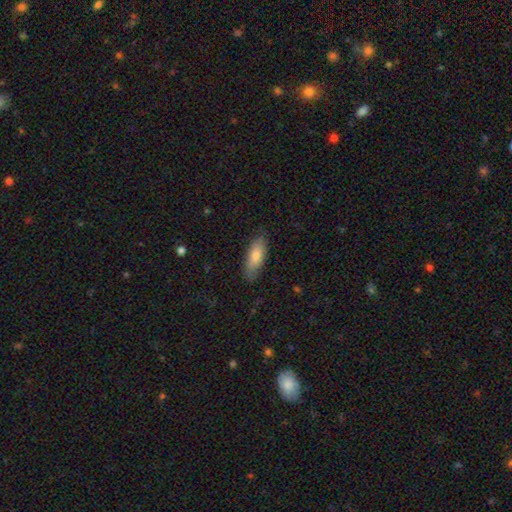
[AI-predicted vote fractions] Smooth or featured: smooth — 77% (featured or disk — 17%)
How rounded: in between — 64% (cigar-shaped — 34%)
Merging: none — 81% (minor disturbance — 15%)